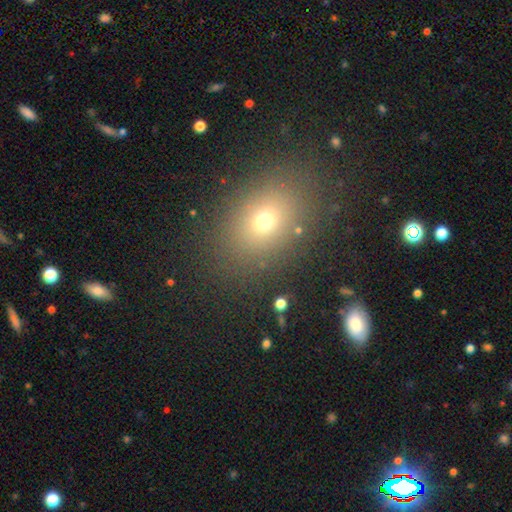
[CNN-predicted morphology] Smooth or featured? smooth (63%)
How rounded? in between (66%)
Merging? none (87%)